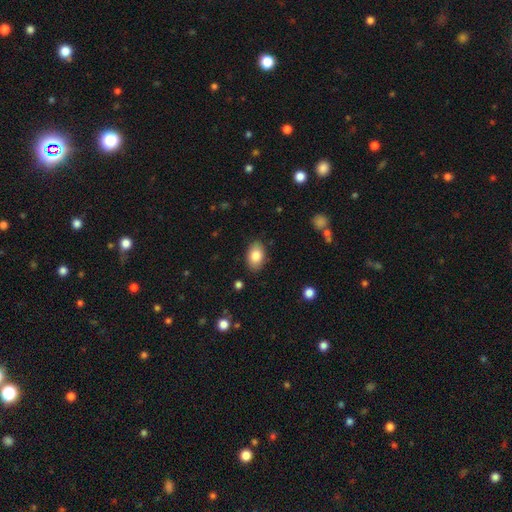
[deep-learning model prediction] This appears to be a smooth galaxy with no disk features (83%) that is in between round and cigar-shaped (88%). Merging: none (87%).